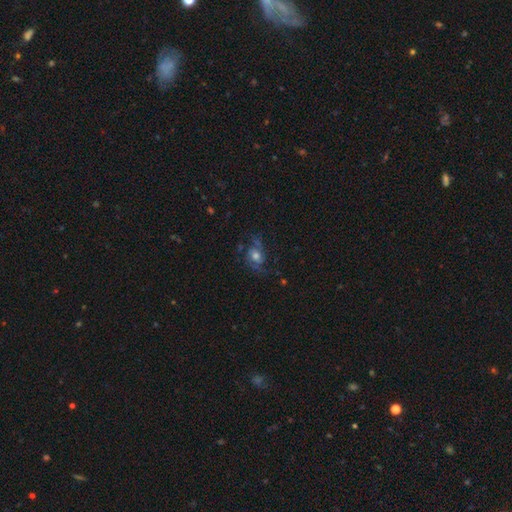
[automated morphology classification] Smooth or featured? Predicted: featured or disk (p=0.59). Edge-on disk? Predicted: no (p=0.95). Bar? Predicted: no (p=0.67). Spiral arms? Predicted: yes (p=0.84). Bulge size? Predicted: moderate (p=0.53). Merging? Predicted: none (p=0.59).